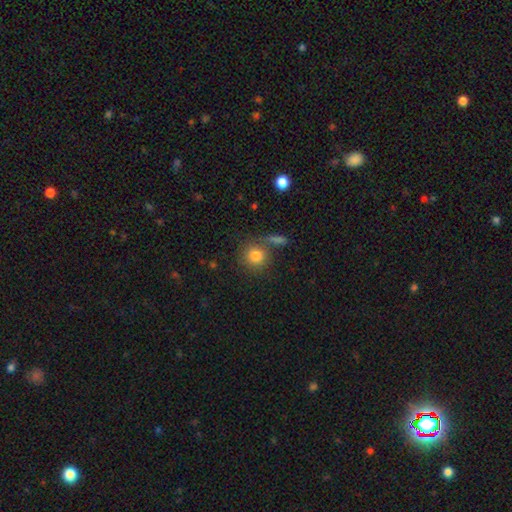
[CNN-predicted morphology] This appears to be a smooth galaxy with no disk features (81%) that is round (89%). Merging: none (68%).